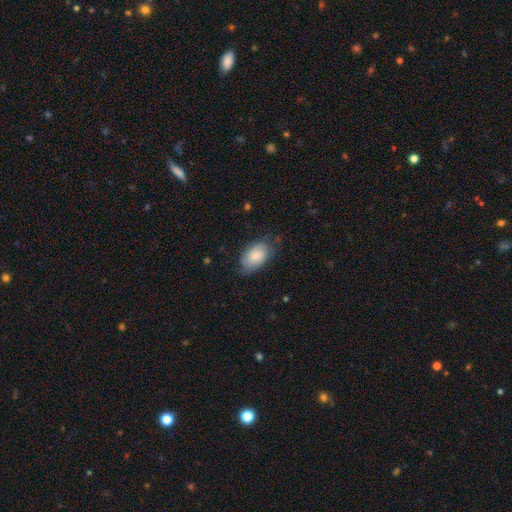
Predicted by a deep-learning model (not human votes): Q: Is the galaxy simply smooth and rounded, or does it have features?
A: smooth — 66%.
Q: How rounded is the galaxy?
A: in between — 91%.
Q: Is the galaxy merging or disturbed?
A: none — 65%.